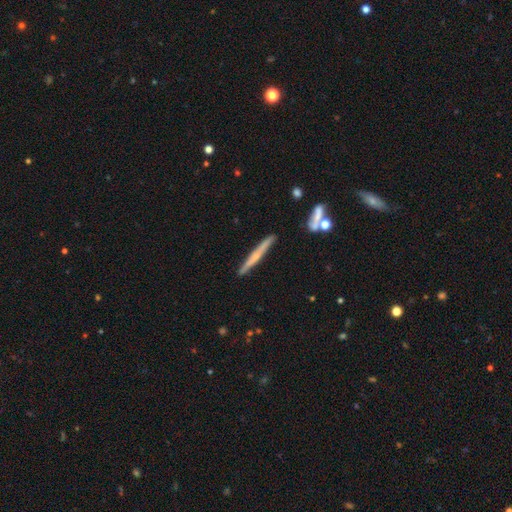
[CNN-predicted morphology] Smooth or featured? Predicted: featured or disk (p=0.49). Merging? Predicted: none (p=0.88).